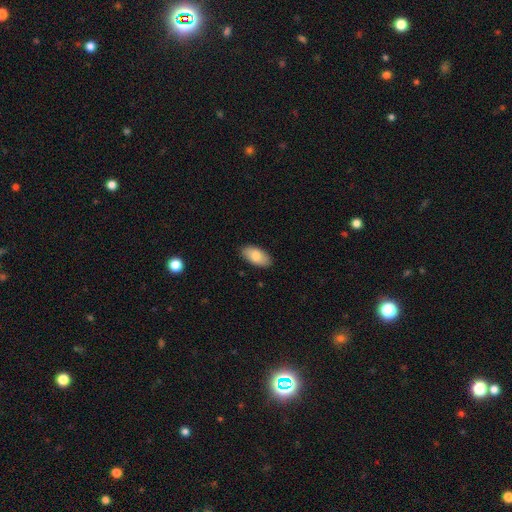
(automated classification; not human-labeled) Smooth or featured? Predicted: smooth (p=0.82). How rounded? Predicted: in between (p=0.94). Merging? Predicted: none (p=0.88).